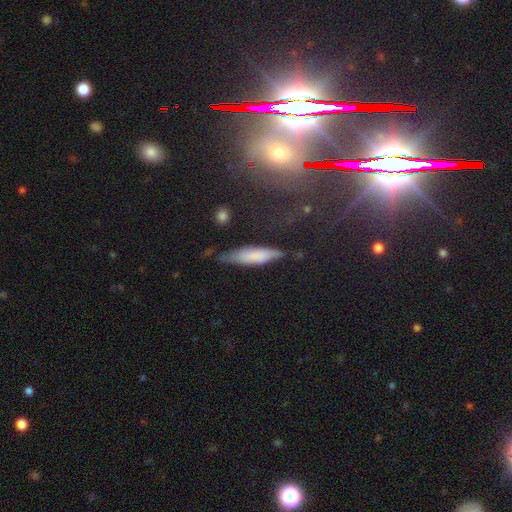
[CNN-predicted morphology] This appears to be a smooth galaxy with no disk features (64%) that is cigar-shaped (74%). Merging: none (62%).